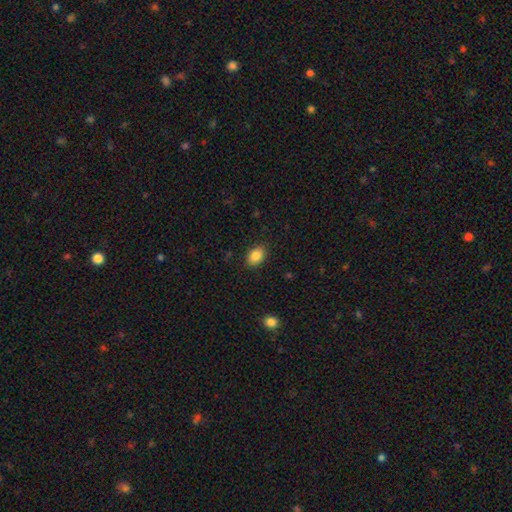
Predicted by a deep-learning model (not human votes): Smooth or featured?
  - smooth: 86% *
  - star or artifact: 8%
  - featured or disk: 6%
How rounded?
  - in between: 81% *
  - round: 18%
  - cigar-shaped: 1%
Merging?
  - none: 88% *
  - minor disturbance: 9%
  - major disturbance: 2%
  - merger: 1%